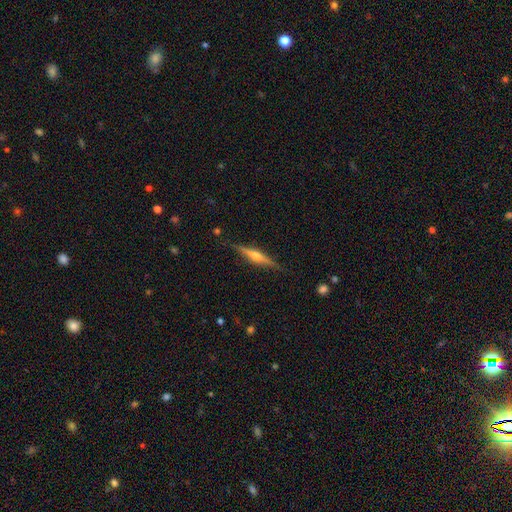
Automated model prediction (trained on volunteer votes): A featured or disk galaxy (72%) viewed edge-on (97%) with a rounded central bulge (86%). Merging: none (87%).